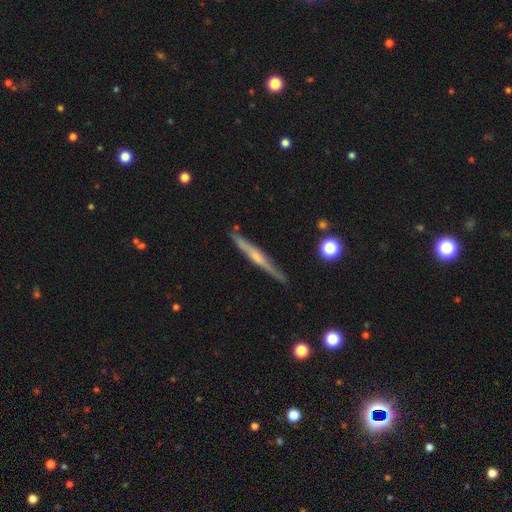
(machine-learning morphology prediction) Smooth or featured?
  - featured or disk: 66% *
  - smooth: 28%
  - star or artifact: 6%
Edge-on disk?
  - yes: 97% *
  - no: 3%
Edge-on bulge?
  - rounded: 55% *
  - none: 33%
  - boxy: 12%
Merging?
  - none: 86% *
  - minor disturbance: 10%
  - major disturbance: 2%
  - merger: 2%